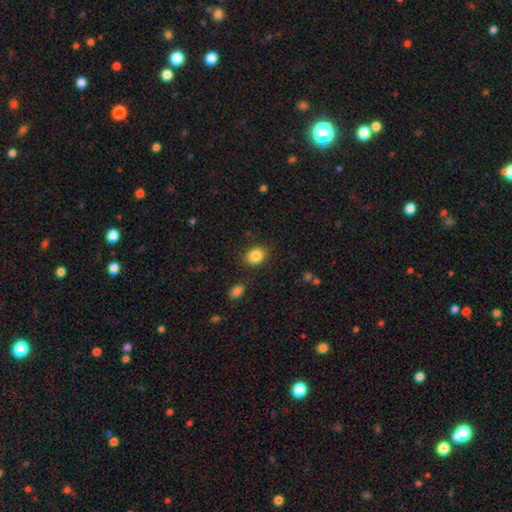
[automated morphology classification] This is clearly a smooth galaxy (86%). How rounded: possibly in between (59%). Merging: clearly none (85%).